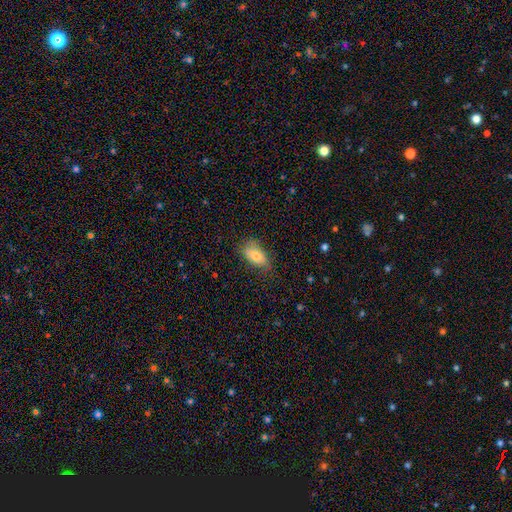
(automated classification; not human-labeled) Smooth or featured? Predicted: smooth (p=0.76). How rounded? Predicted: in between (p=0.91). Merging? Predicted: none (p=0.69).